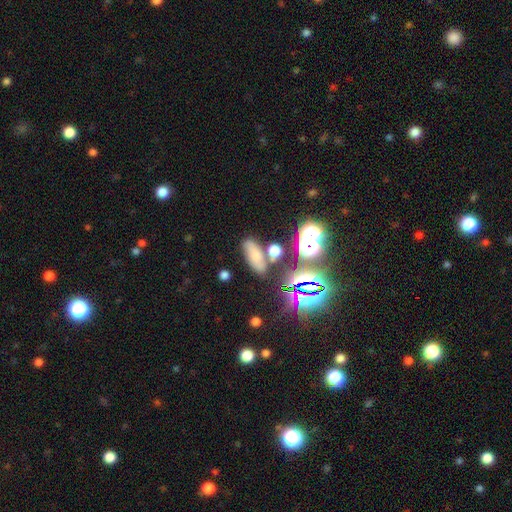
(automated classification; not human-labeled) Smooth or featured? smooth (58%)
How rounded? in between (70%)
Merging? none (67%)